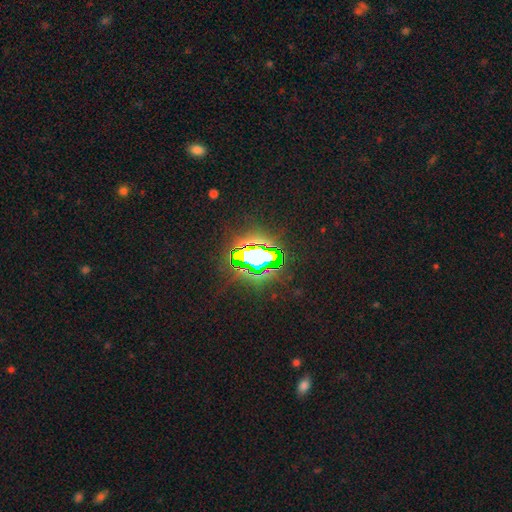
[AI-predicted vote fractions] Overall: star or artifact (74%).